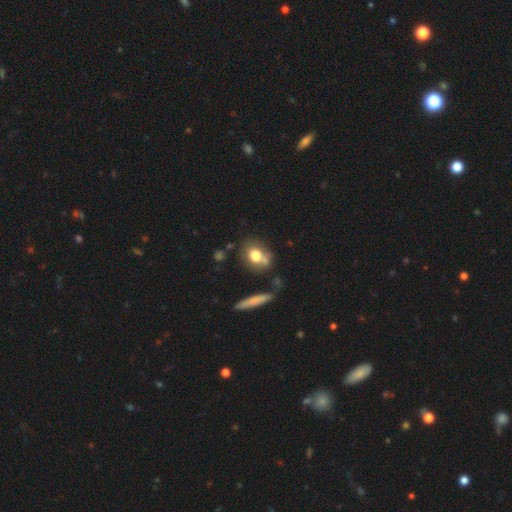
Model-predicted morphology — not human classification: Smooth or featured?
  - smooth: 74% *
  - featured or disk: 16%
  - star or artifact: 10%
How rounded?
  - round: 53% *
  - in between: 44%
  - cigar-shaped: 3%
Merging?
  - none: 55% *
  - merger: 20%
  - minor disturbance: 17%
  - major disturbance: 7%